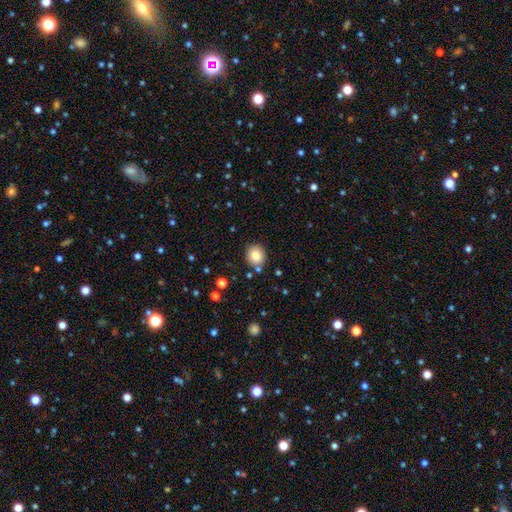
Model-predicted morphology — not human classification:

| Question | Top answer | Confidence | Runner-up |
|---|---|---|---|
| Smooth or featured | smooth | 85% | star or artifact (9%) |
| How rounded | round | 83% | in between (17%) |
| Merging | none | 84% | minor disturbance (9%) |